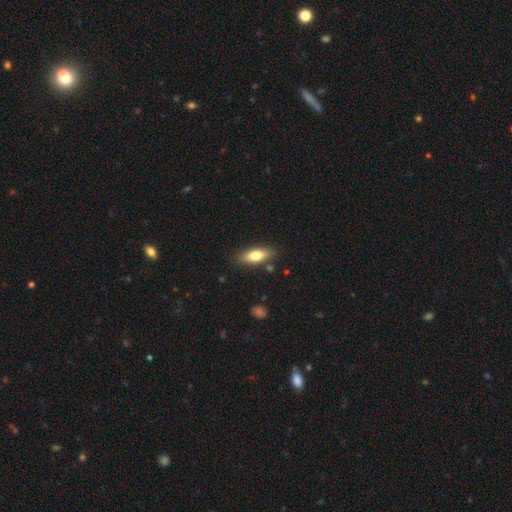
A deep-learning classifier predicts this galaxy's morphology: Smooth or featured?
  - smooth: 72% *
  - featured or disk: 22%
  - star or artifact: 7%
How rounded?
  - in between: 65% *
  - cigar-shaped: 32%
  - round: 3%
Merging?
  - none: 84% *
  - minor disturbance: 11%
  - merger: 3%
  - major disturbance: 3%